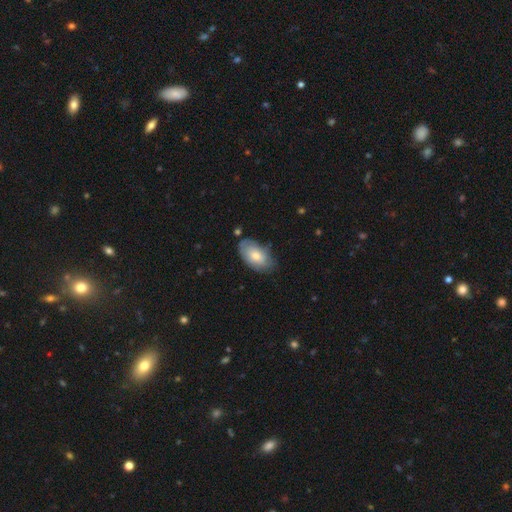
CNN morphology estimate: smooth-or-featured: smooth: 66% | featured or disk: 28% | star or artifact: 6%
  how-rounded: in between: 94% | round: 5% | cigar-shaped: 2%
  merging: none: 67% | minor disturbance: 25% | major disturbance: 5% | merger: 2%